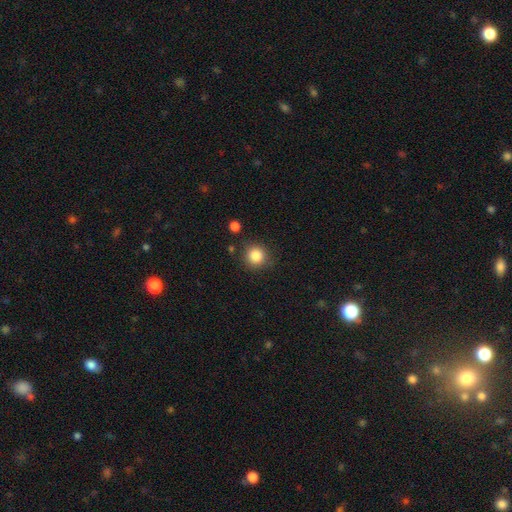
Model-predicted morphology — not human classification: Overall: smooth (85%). How rounded: round (92%). Merging: none (85%).